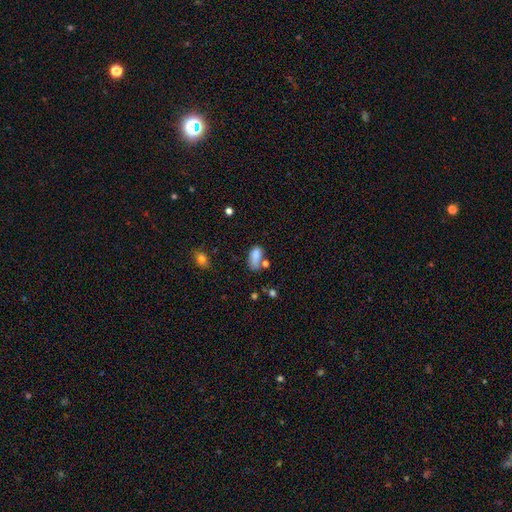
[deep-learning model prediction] Smooth or featured? Predicted: smooth (p=0.80). How rounded? Predicted: in between (p=0.88). Merging? Predicted: none (p=0.43).